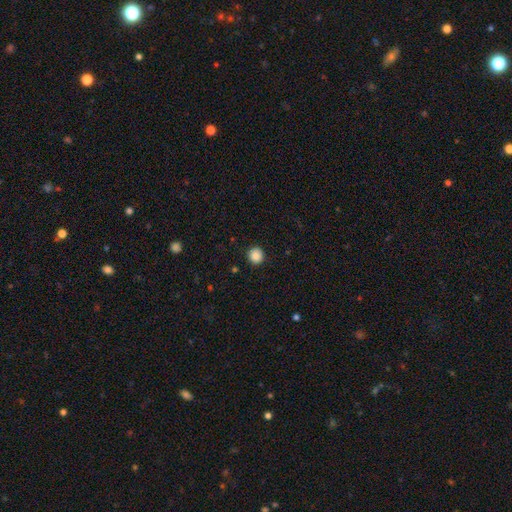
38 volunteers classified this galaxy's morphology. Smooth or featured?
  - smooth: 84% *
  - star or artifact: 11%
  - featured or disk: 5%
How rounded?
  - round: 97% *
  - in between: 3%
  - cigar-shaped: 0%
Merging?
  - none: 88% *
  - minor disturbance: 9%
  - major disturbance: 3%
  - merger: 0%